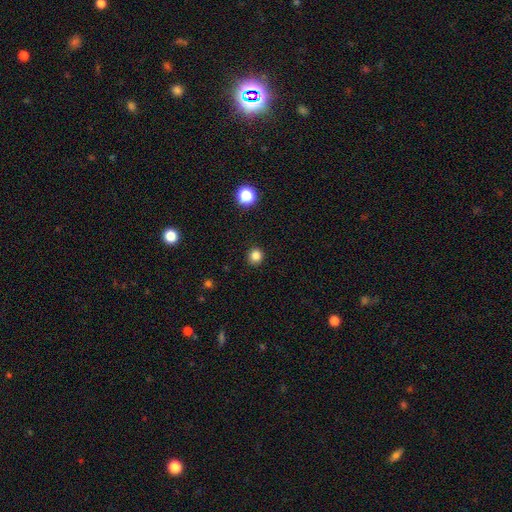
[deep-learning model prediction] This is clearly a smooth galaxy (83%). How rounded: clearly round (90%). Merging: clearly none (92%).